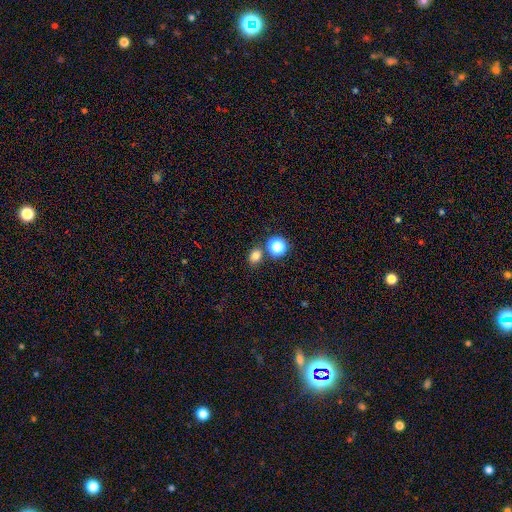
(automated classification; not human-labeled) smooth 78%, star or artifact 17%, featured or disk 5%. Down the decision tree: how rounded — round (57%); merging — none (76%).